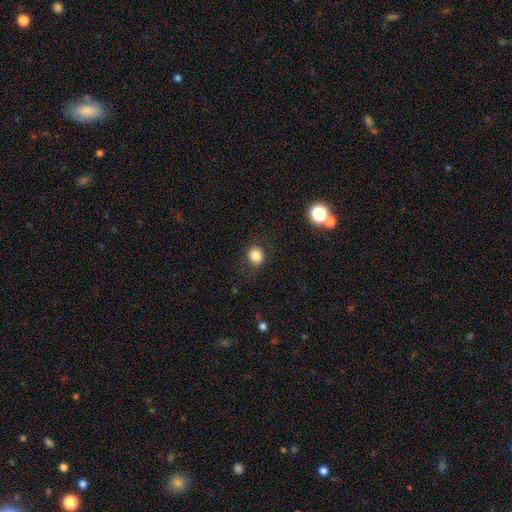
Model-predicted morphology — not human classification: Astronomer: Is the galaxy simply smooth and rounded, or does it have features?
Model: smooth — 83%.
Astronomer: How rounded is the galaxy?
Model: round — 75%.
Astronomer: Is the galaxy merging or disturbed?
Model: none — 84%.